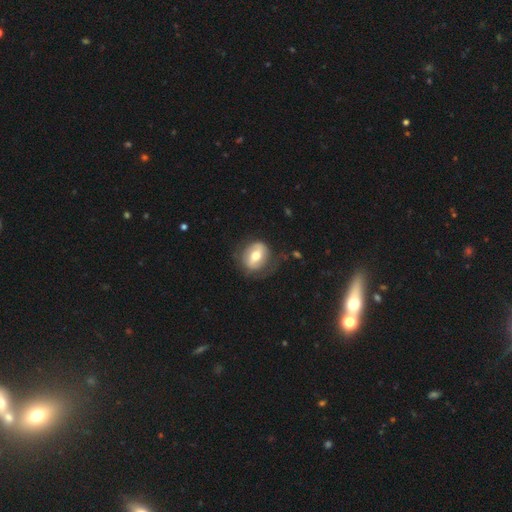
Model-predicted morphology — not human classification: Smooth or featured? smooth (47%, tied with featured or disk)
Merging? none (64%)